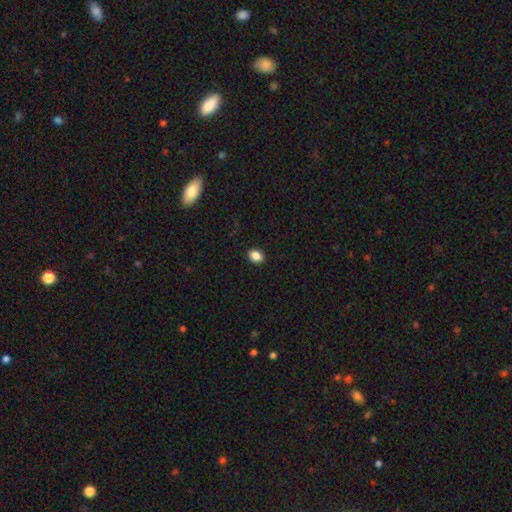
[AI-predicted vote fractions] This appears to be a smooth galaxy with no disk features (87%) that is in between round and cigar-shaped (78%). Merging: none (91%).